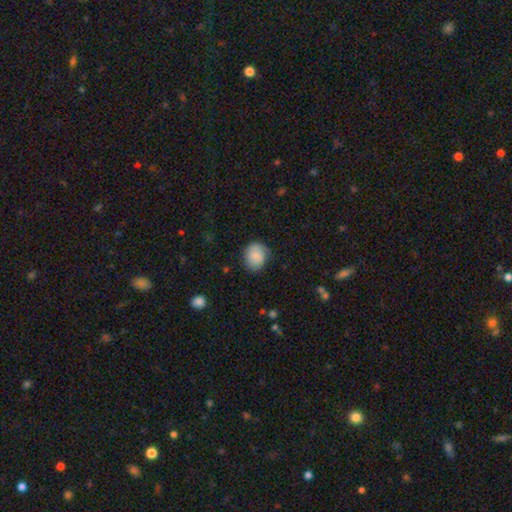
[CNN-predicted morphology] smooth 80%, featured or disk 13%, star or artifact 7%. Down the decision tree: how rounded — round (69%); merging — none (76%).